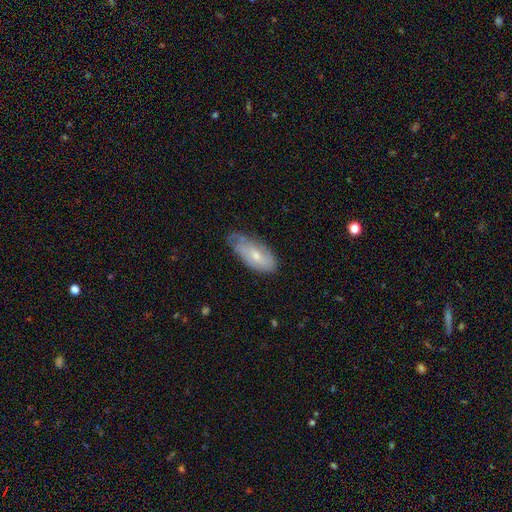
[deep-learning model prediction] A featured or disk galaxy (48%). Merging: none (49%).